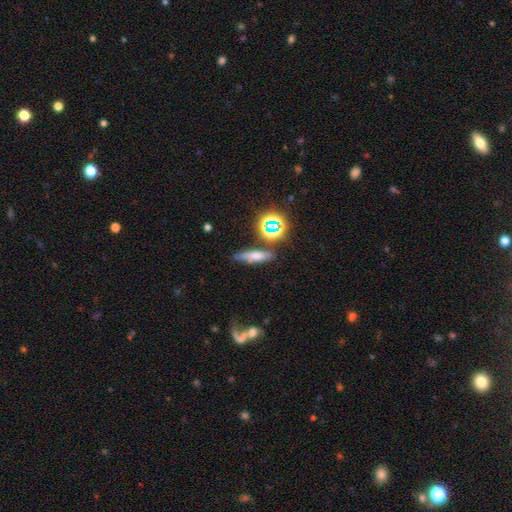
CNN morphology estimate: smooth 57%, featured or disk 22%, star or artifact 21%. Down the decision tree: how rounded — cigar-shaped (57%); merging — none (68%).